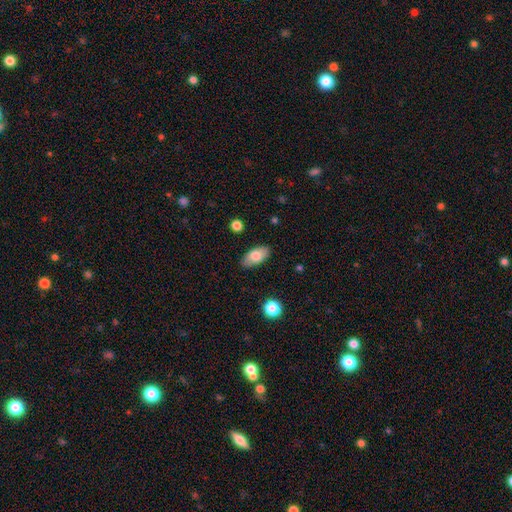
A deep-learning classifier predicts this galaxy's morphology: Smooth or featured: smooth — 75% (featured or disk — 18%)
How rounded: in between — 92% (cigar-shaped — 5%)
Merging: none — 85% (minor disturbance — 11%)